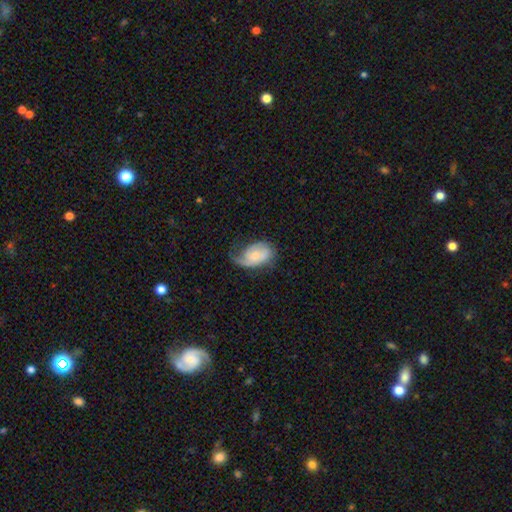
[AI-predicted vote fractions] Smooth or featured? Predicted: featured or disk (p=0.59). Edge-on disk? Predicted: no (p=0.96). Bar? Predicted: no (p=0.67). Spiral arms? Predicted: yes (p=0.88). Bulge size? Predicted: small (p=0.48). Merging? Predicted: none (p=0.39).